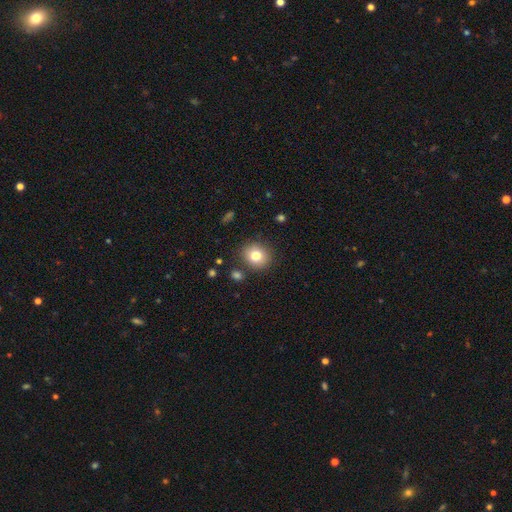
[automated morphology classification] type=smooth (79%); roundness=round (82%); merging=none (85%).